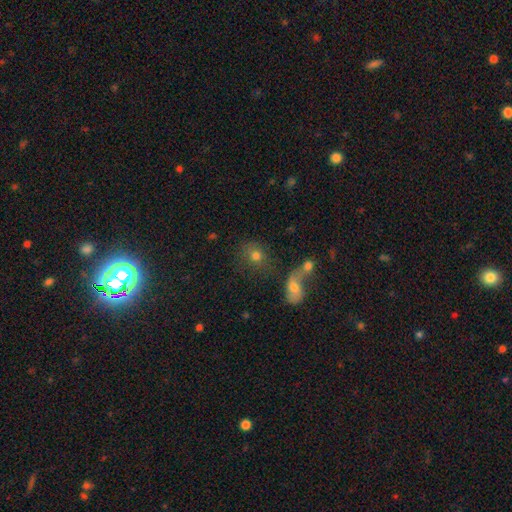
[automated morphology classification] Smooth or featured: smooth — 68% (featured or disk — 17%)
How rounded: round — 61% (in between — 37%)
Merging: none — 53% (merger — 27%)